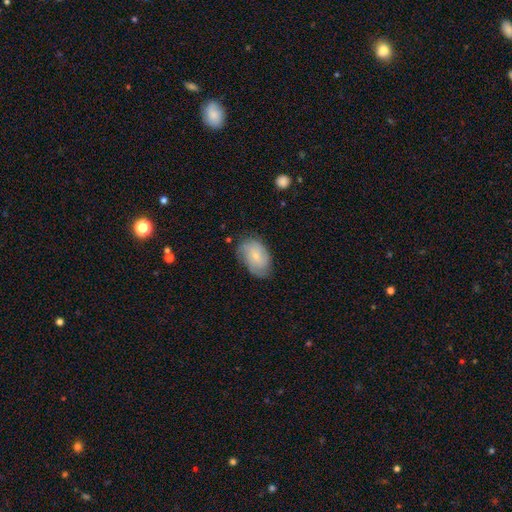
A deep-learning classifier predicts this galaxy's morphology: A smooth galaxy with no disk features (52%) that is in between round and cigar-shaped (86%). Merging: none (66%).